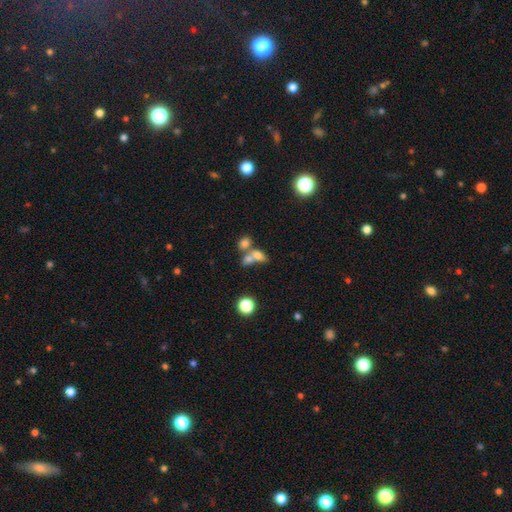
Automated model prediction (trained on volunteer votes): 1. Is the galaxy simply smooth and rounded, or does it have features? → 66% smooth, 19% featured or disk, 14% star or artifact.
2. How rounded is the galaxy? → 67% in between, 27% round, 6% cigar-shaped.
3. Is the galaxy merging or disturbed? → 59% merger, 26% none, 8% minor disturbance, 7% major disturbance.